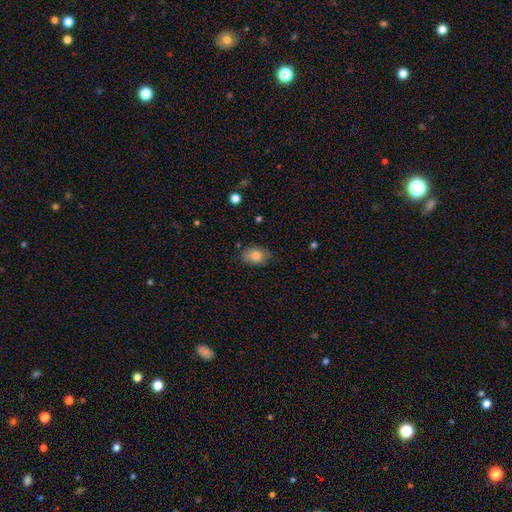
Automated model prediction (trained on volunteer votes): smooth-or-featured: smooth: 80% | featured or disk: 12% | star or artifact: 8%
  how-rounded: in between: 77% | round: 22% | cigar-shaped: 1%
  merging: none: 72% | minor disturbance: 22% | major disturbance: 5% | merger: 2%